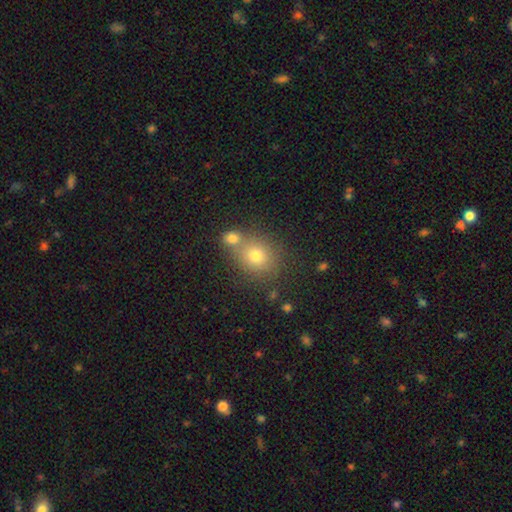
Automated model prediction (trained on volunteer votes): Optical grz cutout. It shows a smooth galaxy with no disk features (74%) that is round (73%). Merging: none (56%).